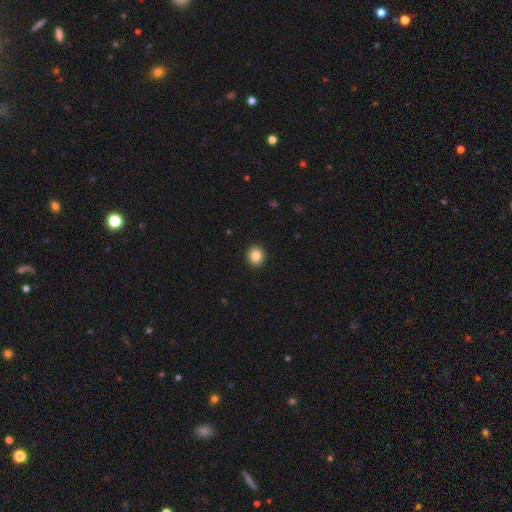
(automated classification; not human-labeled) A smooth galaxy with no disk features (84%) that is round (81%).

Vote fractions:
- Smooth or featured? smooth: 84% / star or artifact: 10% / featured or disk: 6%
- How rounded? round: 81% / in between: 19% / cigar-shaped: 1%
- Merging? none: 93% / minor disturbance: 5% / major disturbance: 1% / merger: 1%